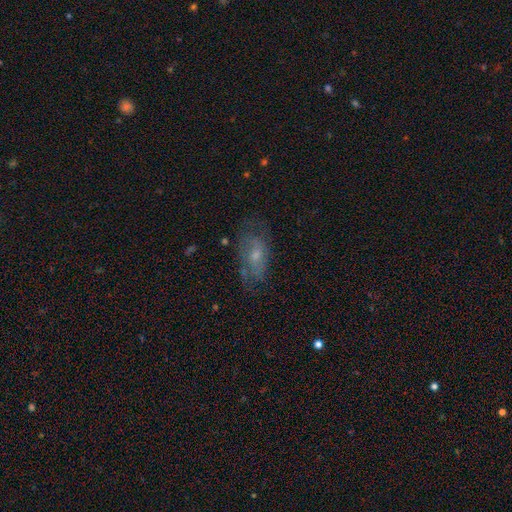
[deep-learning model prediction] A featured or disk galaxy (53%).

Vote fractions:
- Smooth or featured? featured or disk: 53% / smooth: 37% / star or artifact: 10%
- Edge-on disk? no: 91% / yes: 9%
- Merging? none: 59% / minor disturbance: 24% / major disturbance: 15% / merger: 2%